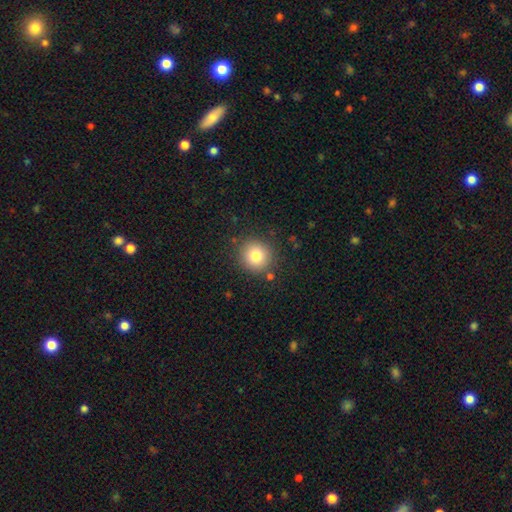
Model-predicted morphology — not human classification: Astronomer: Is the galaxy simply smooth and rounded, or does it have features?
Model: smooth — 80%.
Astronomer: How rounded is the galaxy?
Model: round — 93%.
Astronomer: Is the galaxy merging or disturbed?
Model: none — 86%.